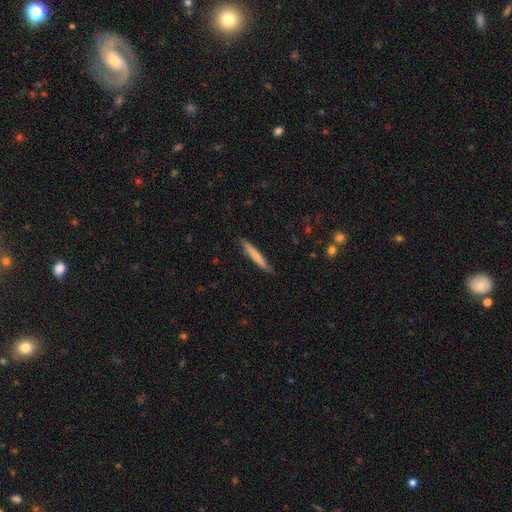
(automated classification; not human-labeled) Smooth or featured?
  - smooth: 68% *
  - featured or disk: 26%
  - star or artifact: 6%
How rounded?
  - cigar-shaped: 95% *
  - in between: 4%
  - round: 1%
Merging?
  - none: 86% *
  - minor disturbance: 11%
  - major disturbance: 2%
  - merger: 1%